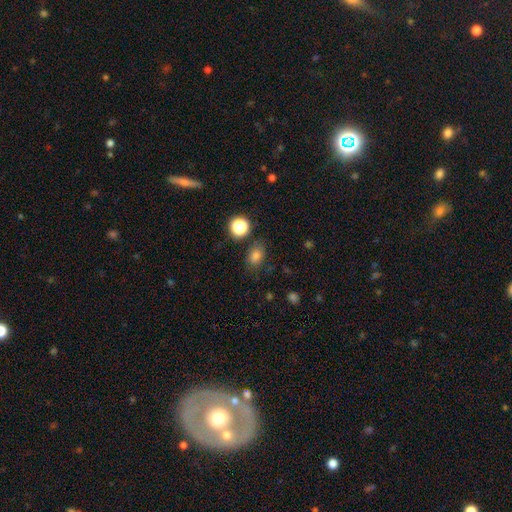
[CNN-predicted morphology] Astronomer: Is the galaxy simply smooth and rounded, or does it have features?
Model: smooth — 79%.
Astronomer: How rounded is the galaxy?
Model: in between — 71%.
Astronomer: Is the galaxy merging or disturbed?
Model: none — 77%.